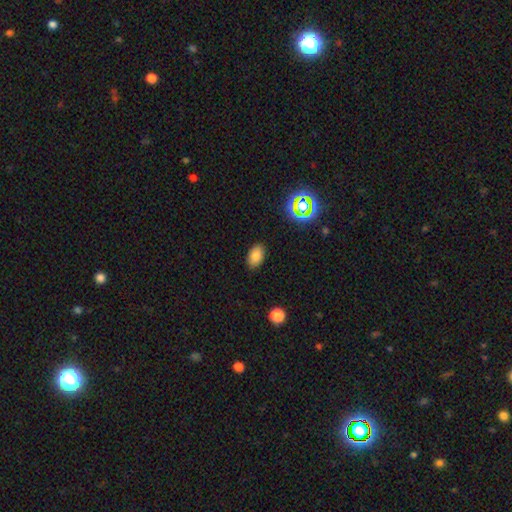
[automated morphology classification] smooth-or-featured: smooth: 81% | star or artifact: 13% | featured or disk: 6%
  how-rounded: in between: 90% | round: 8% | cigar-shaped: 1%
  merging: none: 87% | minor disturbance: 10% | major disturbance: 3% | merger: 1%